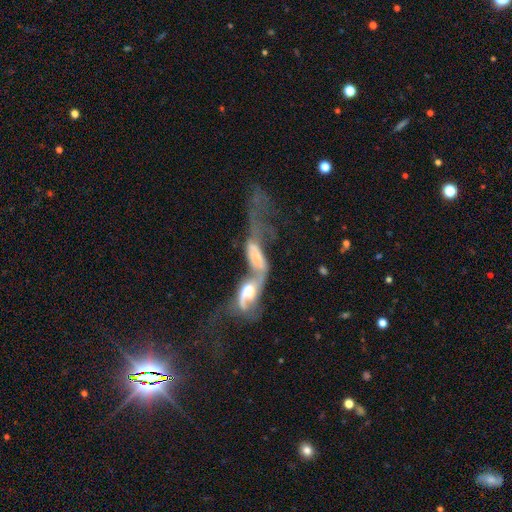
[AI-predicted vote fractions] The model was most divided on "bulge size": moderate: 32%, none: 21%, large: 21%, small: 21%, dominant: 5%. More confident: edge-on disk — no (88%); merging — merger (78%); spiral arms — yes (66%); smooth or featured — featured or disk (61%); bar — no (56%).